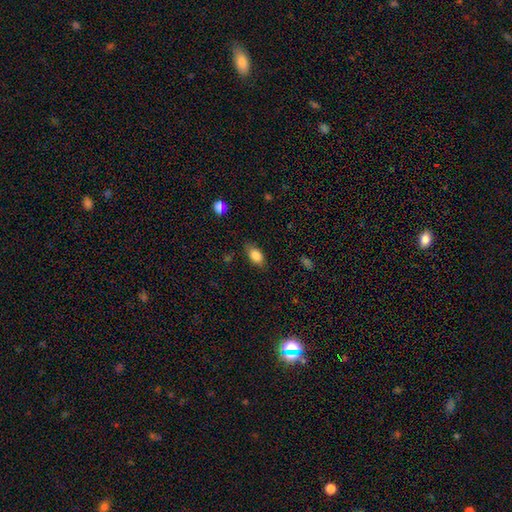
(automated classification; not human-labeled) smooth_or_featured: smooth (p=0.84) [alt: featured or disk p=0.08]
how_rounded: in between (p=0.88) [alt: round p=0.08]
merging: none (p=0.80) [alt: minor disturbance p=0.16]